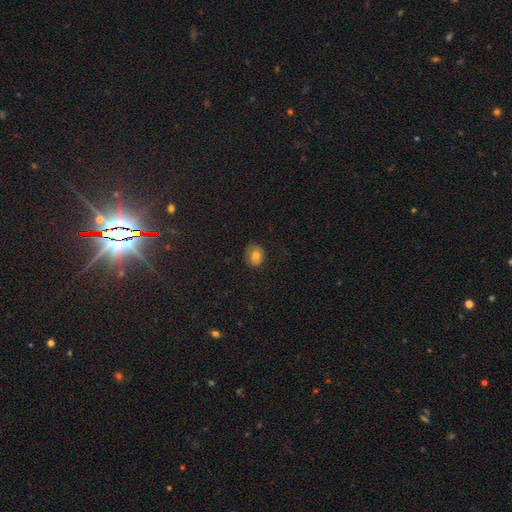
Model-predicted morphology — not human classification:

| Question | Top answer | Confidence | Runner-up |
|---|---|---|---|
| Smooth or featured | smooth | 74% | featured or disk (15%) |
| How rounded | round | 66% | in between (33%) |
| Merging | none | 79% | minor disturbance (16%) |